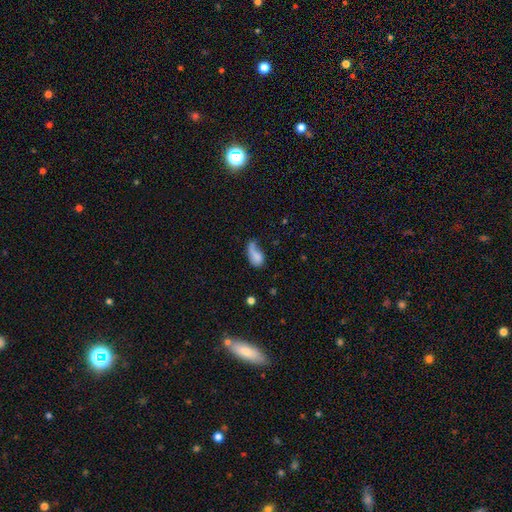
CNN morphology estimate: Smooth or featured: smooth — 65% (featured or disk — 25%)
How rounded: in between — 86% (round — 9%)
Merging: major disturbance — 37% (none — 28%)